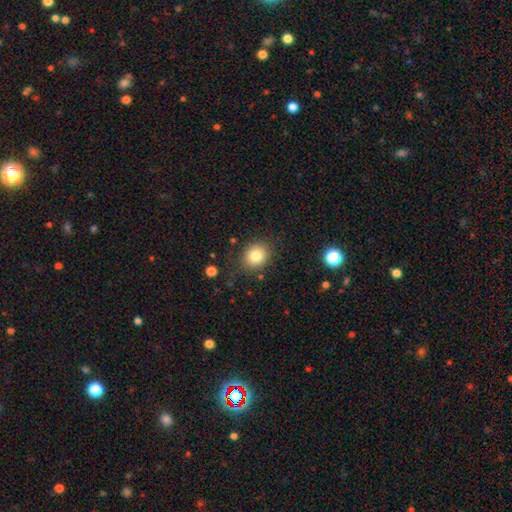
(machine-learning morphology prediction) This is clearly a smooth galaxy (81%). How rounded: likely round (66%). Merging: clearly none (82%).